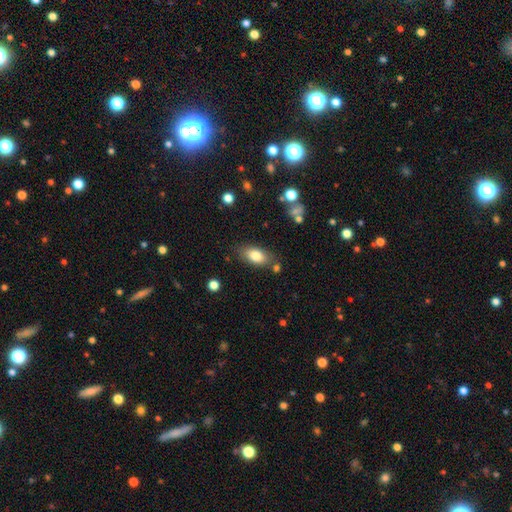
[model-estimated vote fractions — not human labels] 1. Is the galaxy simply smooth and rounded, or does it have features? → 81% smooth, 12% featured or disk, 8% star or artifact.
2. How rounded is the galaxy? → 89% in between, 6% round, 5% cigar-shaped.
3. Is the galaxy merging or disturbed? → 77% none, 14% minor disturbance, 5% merger, 4% major disturbance.